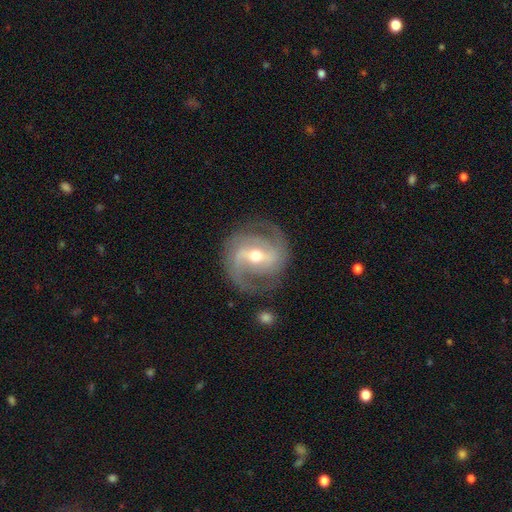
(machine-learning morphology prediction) type=featured or disk (89%); edge-on=no (97%); bar=strong (49%); spiral arms=yes (96%); winding=medium (52%); arm count=2 (80%); bulge=moderate (62%); merging=none (80%).